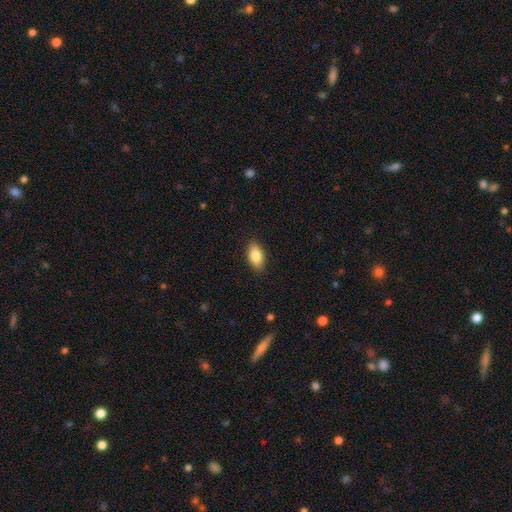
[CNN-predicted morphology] Smooth or featured: smooth — 85% (featured or disk — 8%)
How rounded: in between — 91% (cigar-shaped — 5%)
Merging: none — 88% (minor disturbance — 9%)